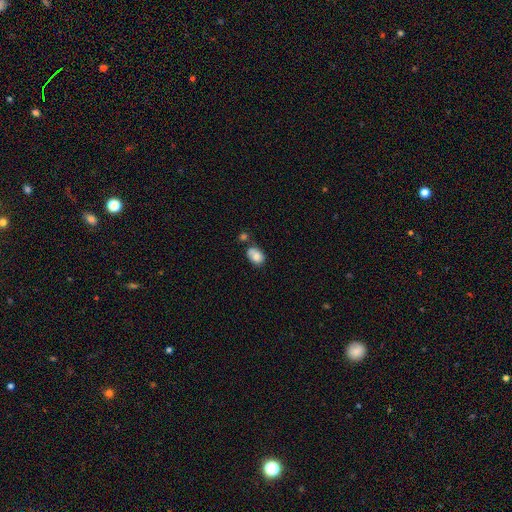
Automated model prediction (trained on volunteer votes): A smooth galaxy with no disk features (76%) that is in between round and cigar-shaped (78%). Merging: none (49%).